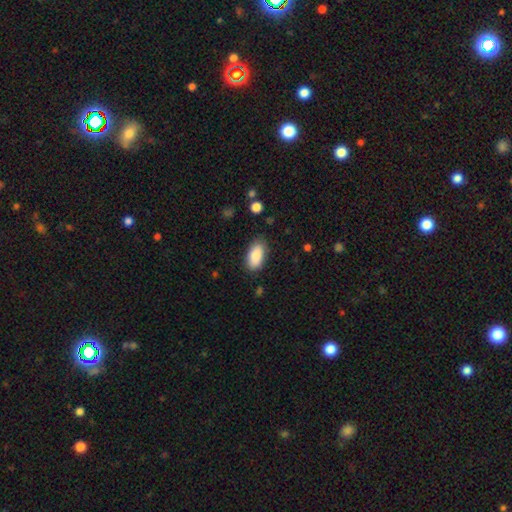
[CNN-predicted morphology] smooth-or-featured: smooth: 88% | star or artifact: 6% | featured or disk: 6%
  how-rounded: in between: 93% | cigar-shaped: 4% | round: 3%
  merging: none: 80% | minor disturbance: 15% | major disturbance: 3% | merger: 1%